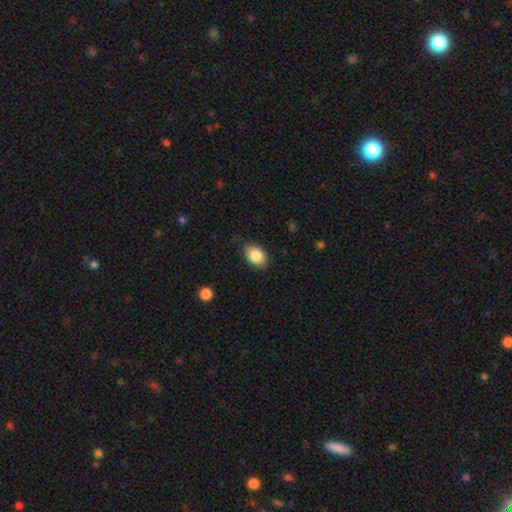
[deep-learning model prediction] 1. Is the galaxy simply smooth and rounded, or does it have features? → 85% smooth, 8% featured or disk, 7% star or artifact.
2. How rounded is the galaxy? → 82% in between, 16% round, 1% cigar-shaped.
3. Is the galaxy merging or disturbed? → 83% none, 14% minor disturbance, 3% major disturbance, 1% merger.